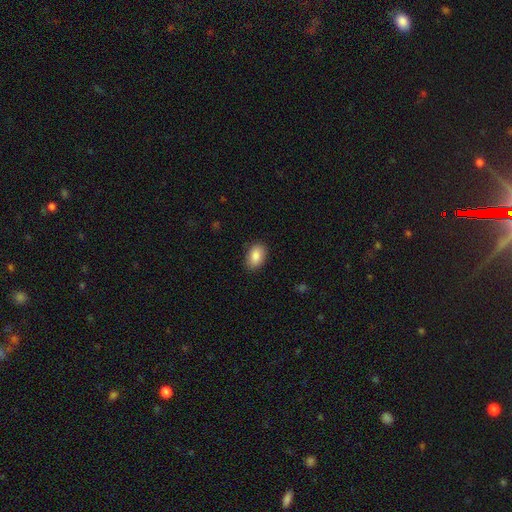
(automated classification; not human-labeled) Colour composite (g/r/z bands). It shows a smooth galaxy with no disk features (87%) that is in between round and cigar-shaped (88%). Merging: none (87%).